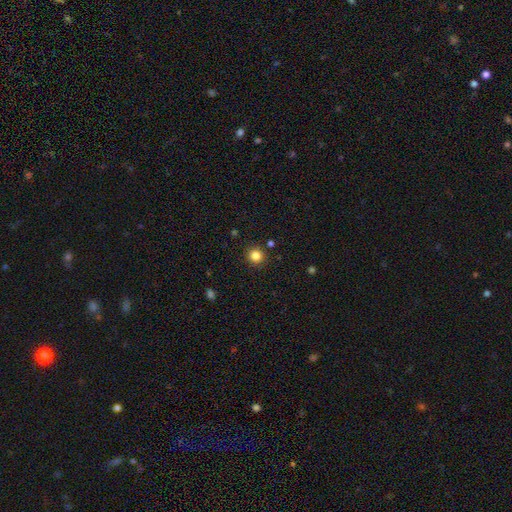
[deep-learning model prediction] A smooth galaxy with no disk features (83%) that is round (93%). Merging: none (90%).